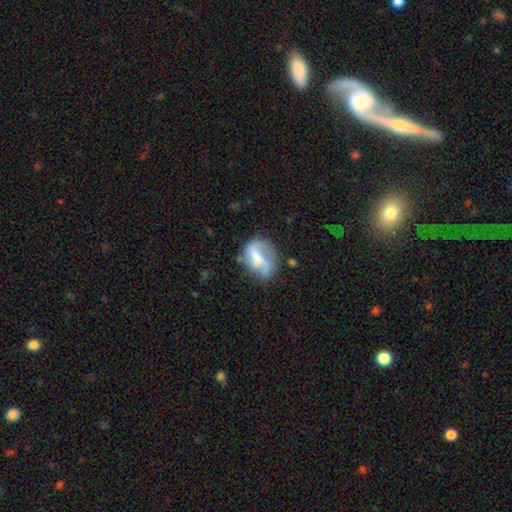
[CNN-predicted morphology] This appears to be a featured or disk galaxy (53%) with a weak bar (39%, tied with no), spiral arms (61%) and no central bulge (31%, tied with moderate). Merging: none (39%).